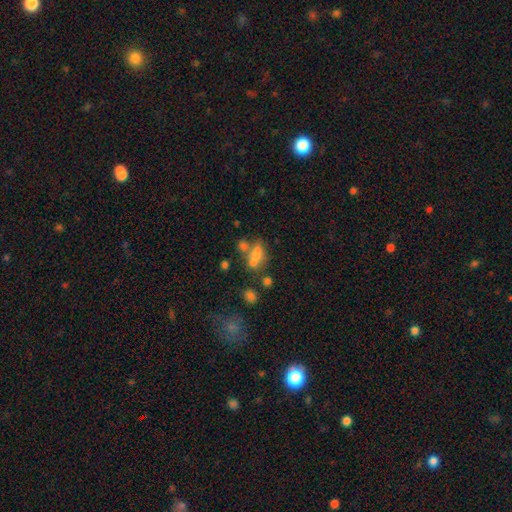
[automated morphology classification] The model was most divided on "merging": merger: 41%, none: 34%, minor disturbance: 13%, major disturbance: 12%. More confident: how rounded — in between (69%); smooth or featured — smooth (59%).